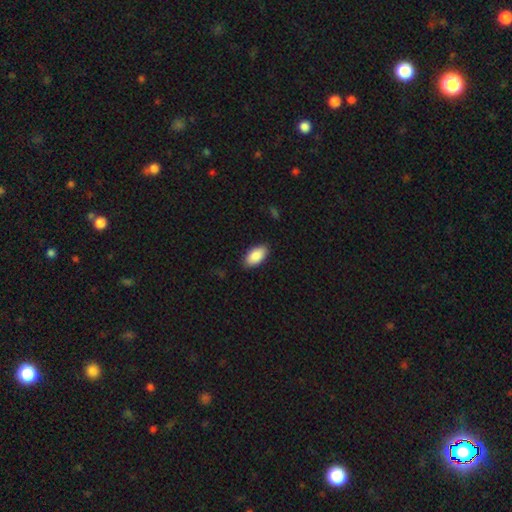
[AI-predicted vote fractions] The model was most divided on "merging": none: 87%, minor disturbance: 10%, major disturbance: 2%, merger: 1%. More confident: how rounded — in between (95%); smooth or featured — smooth (89%).